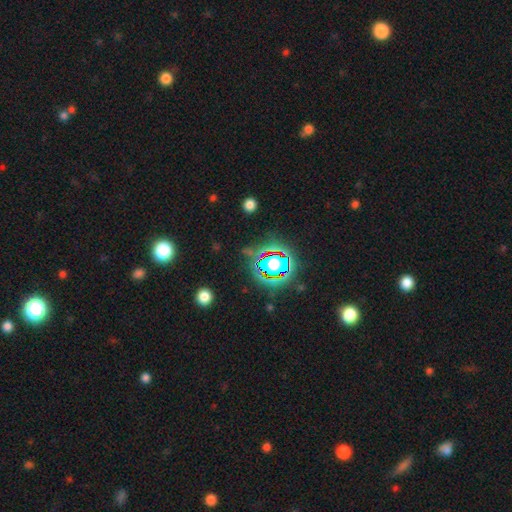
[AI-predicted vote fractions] Smooth or featured? Predicted: star or artifact (p=0.75).